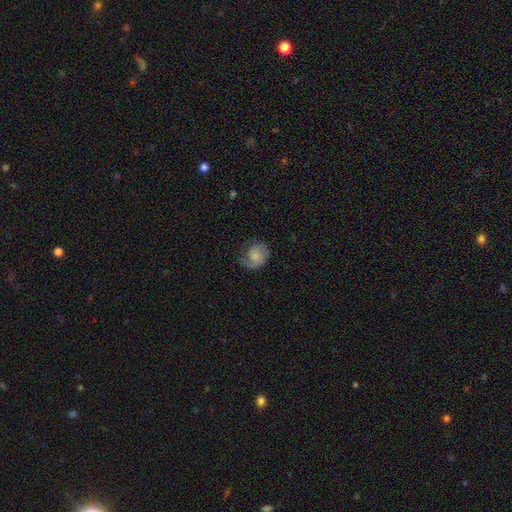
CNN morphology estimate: Smooth or featured? smooth (54%)
How rounded? round (62%)
Merging? none (48%)